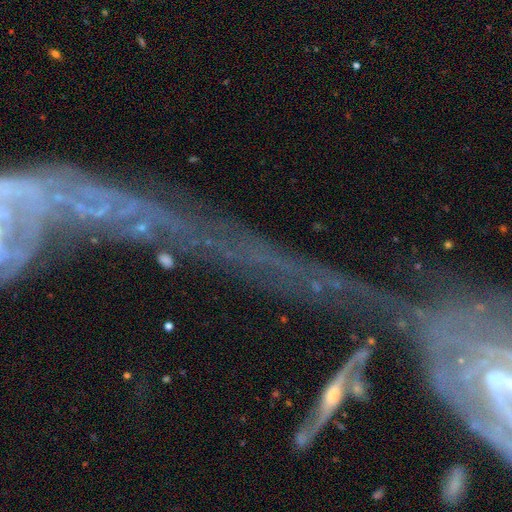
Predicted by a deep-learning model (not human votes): A featured or disk galaxy (54%).

Vote fractions:
- Smooth or featured? featured or disk: 54% / star or artifact: 30% / smooth: 16%
- Edge-on disk? no: 54% / yes: 46%
- Merging? none: 35% / merger: 27% / major disturbance: 23% / minor disturbance: 16%